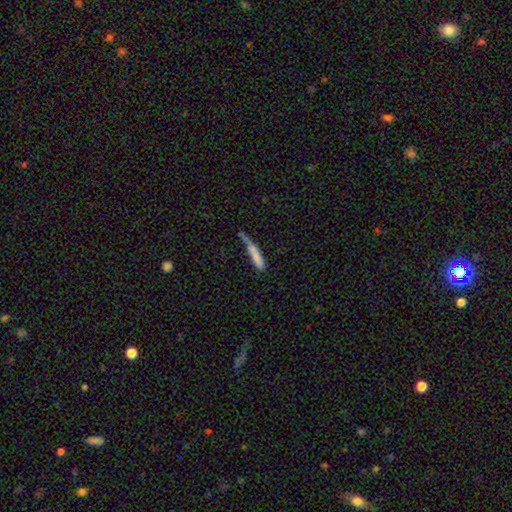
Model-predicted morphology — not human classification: Smooth or featured: smooth — 75% (featured or disk — 18%)
How rounded: cigar-shaped — 90% (in between — 8%)
Merging: none — 46% (minor disturbance — 30%)